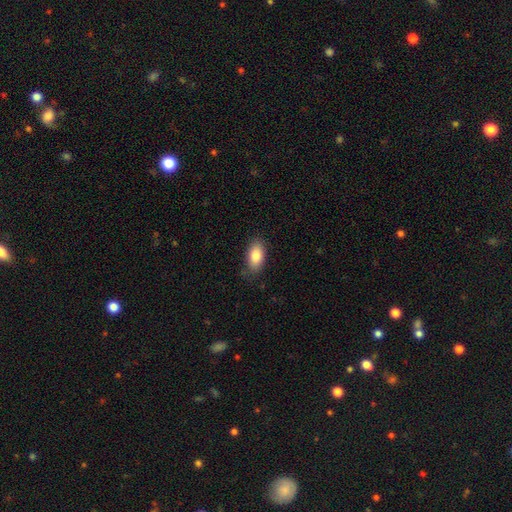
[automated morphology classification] Smooth or featured? Predicted: smooth (p=0.84). How rounded? Predicted: in between (p=0.91). Merging? Predicted: none (p=0.82).